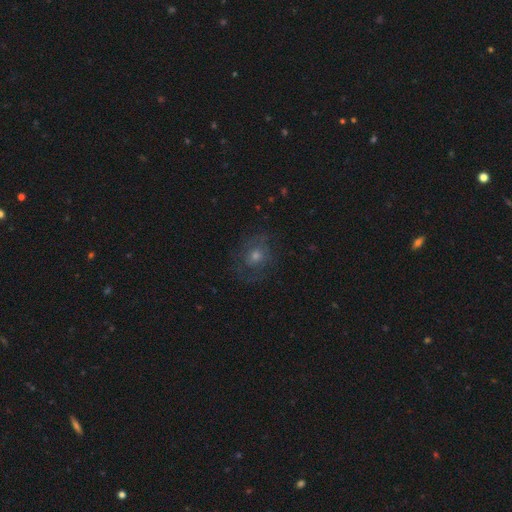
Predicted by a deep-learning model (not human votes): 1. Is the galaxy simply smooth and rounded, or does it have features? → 45% featured or disk, 35% smooth, 20% star or artifact.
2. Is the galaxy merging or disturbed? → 71% none, 16% minor disturbance, 12% major disturbance, 1% merger.